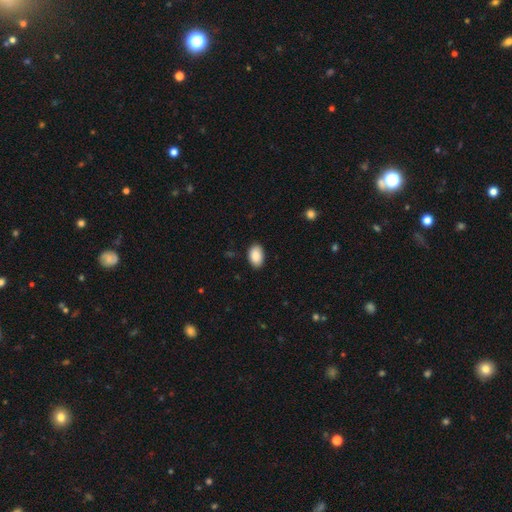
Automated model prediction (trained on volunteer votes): This appears to be a smooth galaxy with no disk features (90%) that is in between round and cigar-shaped (92%). Merging: none (89%).